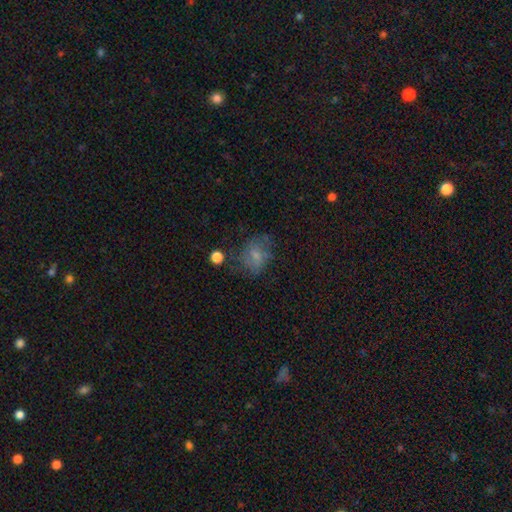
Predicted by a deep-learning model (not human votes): Smooth or featured: smooth — 53% (featured or disk — 34%)
How rounded: in between — 55% (round — 43%)
Merging: none — 52% (minor disturbance — 24%)